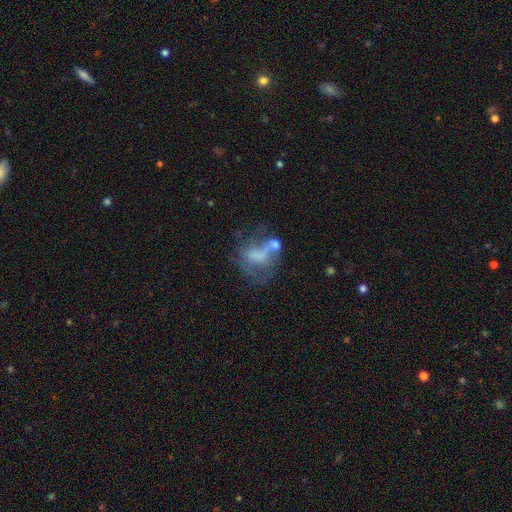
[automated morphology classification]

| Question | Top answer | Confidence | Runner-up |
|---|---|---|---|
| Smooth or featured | featured or disk | 45% | smooth (40%) |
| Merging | merger | 33% | major disturbance (27%) |